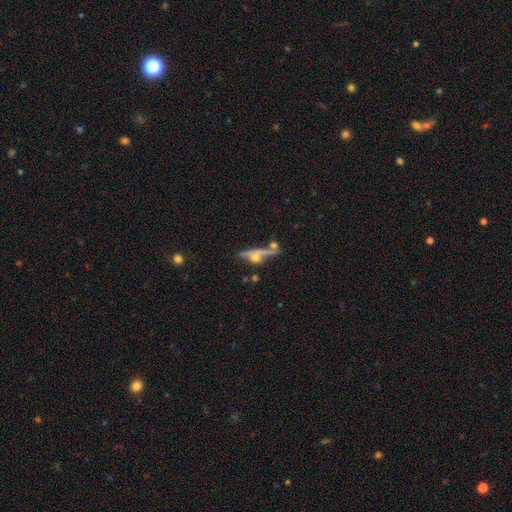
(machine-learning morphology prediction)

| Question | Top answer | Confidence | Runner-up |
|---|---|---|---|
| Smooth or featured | featured or disk | 55% | smooth (34%) |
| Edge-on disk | yes | 76% | no (24%) |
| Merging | none | 46% | merger (27%) |